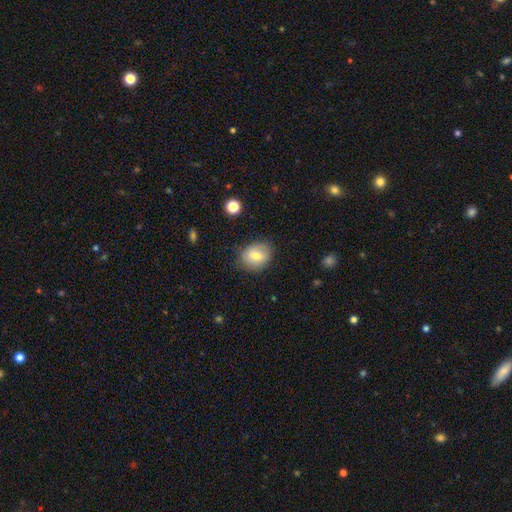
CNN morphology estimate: Q: Smooth or featured?
A: smooth (71%); runner-up: featured or disk (20%)
Q: How rounded?
A: in between (54%); runner-up: round (46%)
Q: Merging?
A: none (74%); runner-up: minor disturbance (20%)